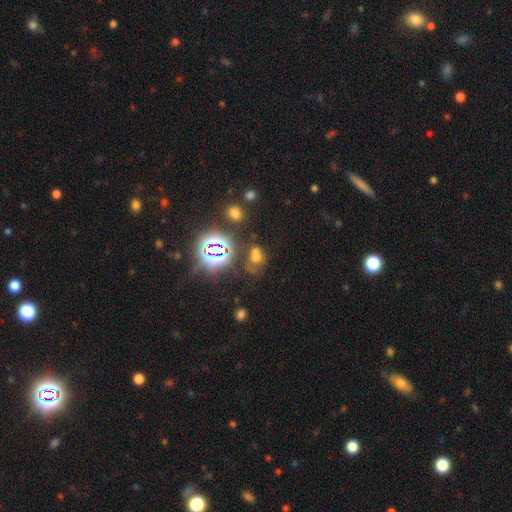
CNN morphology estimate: smooth-or-featured: smooth: 44% | star or artifact: 43% | featured or disk: 14%
  merging: none: 41% | merger: 31% | minor disturbance: 15% | major disturbance: 12%